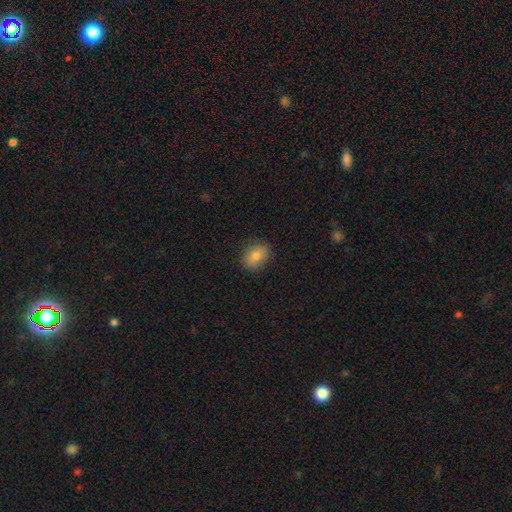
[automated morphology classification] Smooth or featured?
  - smooth: 83% *
  - star or artifact: 9%
  - featured or disk: 8%
How rounded?
  - in between: 76% *
  - round: 22%
  - cigar-shaped: 2%
Merging?
  - none: 87% *
  - minor disturbance: 9%
  - major disturbance: 2%
  - merger: 1%